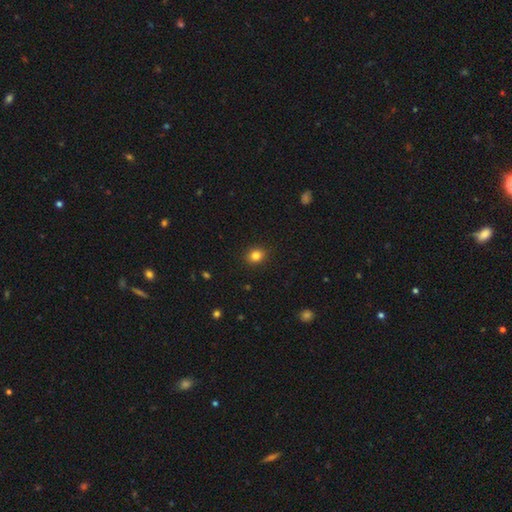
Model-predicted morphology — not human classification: Smooth or featured?
  - smooth: 83% *
  - star or artifact: 12%
  - featured or disk: 5%
How rounded?
  - round: 71% *
  - in between: 28%
  - cigar-shaped: 1%
Merging?
  - none: 90% *
  - minor disturbance: 7%
  - major disturbance: 2%
  - merger: 1%